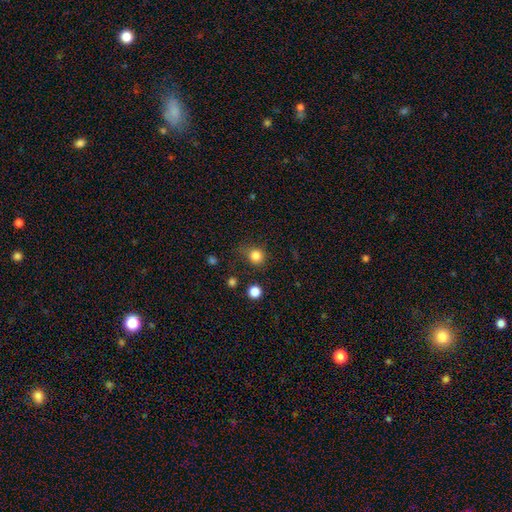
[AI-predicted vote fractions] smooth 82%, star or artifact 13%, featured or disk 5%. Down the decision tree: how rounded — round (87%); merging — none (73%).